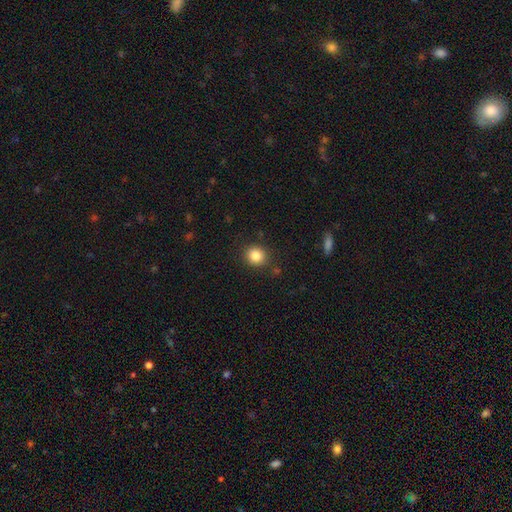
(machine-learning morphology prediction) type=smooth (85%); roundness=round (84%); merging=none (88%).